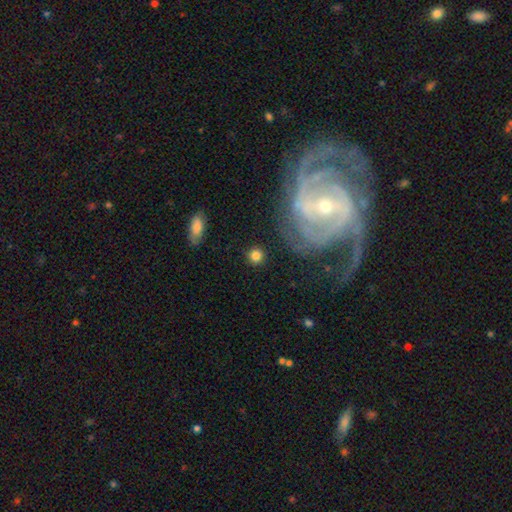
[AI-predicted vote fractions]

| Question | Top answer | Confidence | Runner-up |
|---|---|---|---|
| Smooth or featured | smooth | 80% | star or artifact (10%) |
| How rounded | round | 92% | in between (7%) |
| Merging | none | 88% | minor disturbance (7%) |